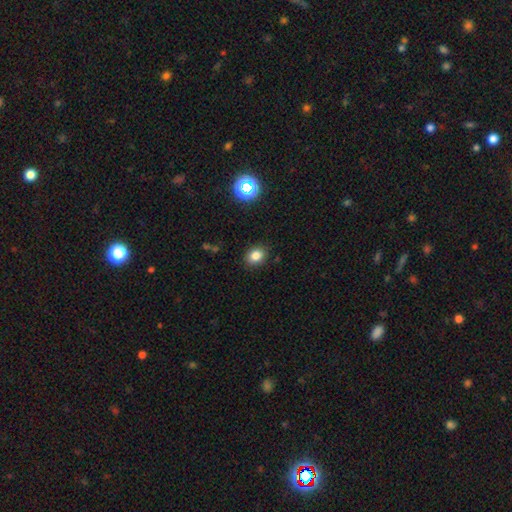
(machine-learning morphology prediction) smooth-or-featured: smooth: 81% | star or artifact: 13% | featured or disk: 6%
  how-rounded: in between: 54% | round: 45% | cigar-shaped: 1%
  merging: none: 87% | minor disturbance: 9% | major disturbance: 2% | merger: 1%